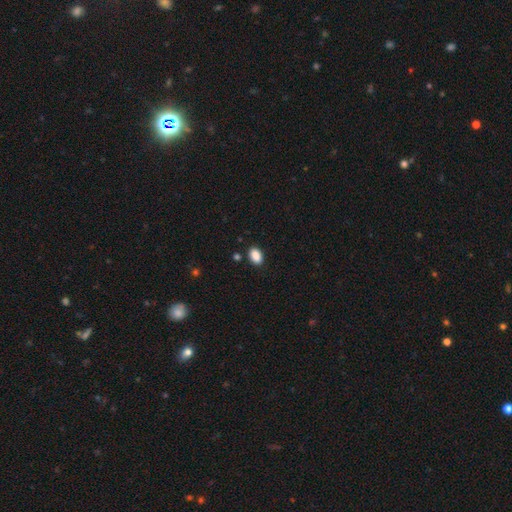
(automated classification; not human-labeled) The model was most divided on "how rounded": in between: 87%, round: 12%, cigar-shaped: 1%. More confident: smooth or featured — smooth (89%); merging — none (87%).